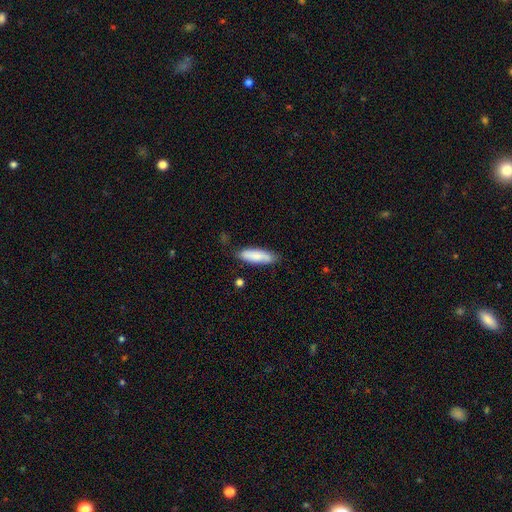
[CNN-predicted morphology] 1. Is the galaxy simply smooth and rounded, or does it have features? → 81% smooth, 13% featured or disk, 6% star or artifact.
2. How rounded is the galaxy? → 49% cigar-shaped (tied), 49% in between (tied), 2% round.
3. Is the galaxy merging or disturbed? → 78% none, 17% minor disturbance, 3% major disturbance, 2% merger.